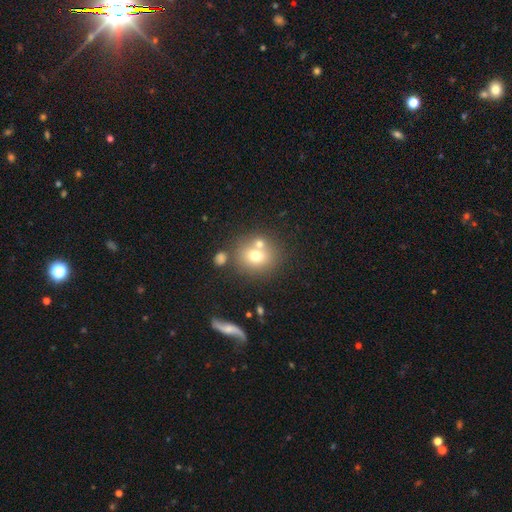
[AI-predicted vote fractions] A smooth galaxy with no disk features (69%) that is round (78%).

Vote fractions:
- Smooth or featured? smooth: 69% / featured or disk: 18% / star or artifact: 13%
- How rounded? round: 78% / in between: 21% / cigar-shaped: 1%
- Merging? none: 59% / merger: 27% / minor disturbance: 10% / major disturbance: 4%